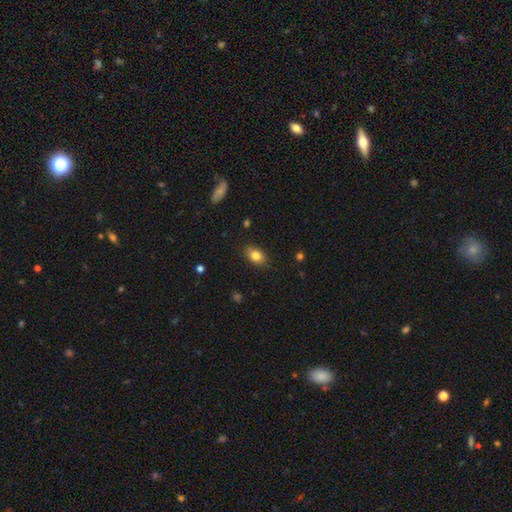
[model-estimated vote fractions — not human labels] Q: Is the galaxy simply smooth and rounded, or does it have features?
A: smooth — 82%.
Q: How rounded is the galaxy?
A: in between — 84%.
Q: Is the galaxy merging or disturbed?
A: none — 85%.